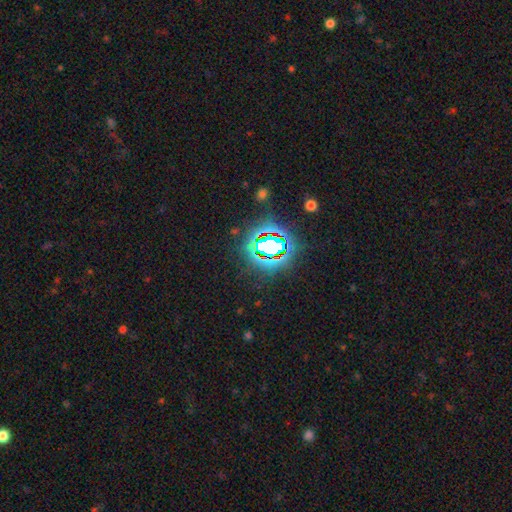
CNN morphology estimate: A star or artifact, not a galaxy (83%).